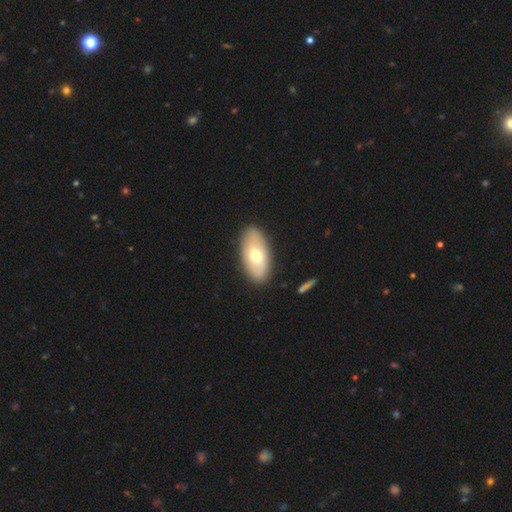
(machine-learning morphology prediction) This is likely a smooth galaxy (61%). How rounded: clearly in between (92%). Merging: clearly none (86%).